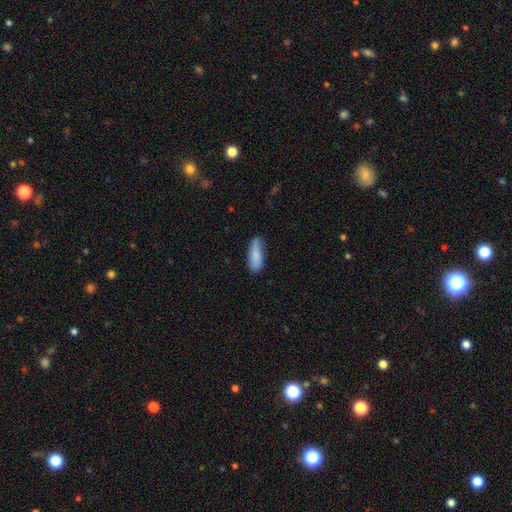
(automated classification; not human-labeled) Q: Smooth or featured?
A: smooth (82%); runner-up: featured or disk (11%)
Q: How rounded?
A: in between (56%); runner-up: cigar-shaped (43%)
Q: Merging?
A: none (68%); runner-up: minor disturbance (25%)